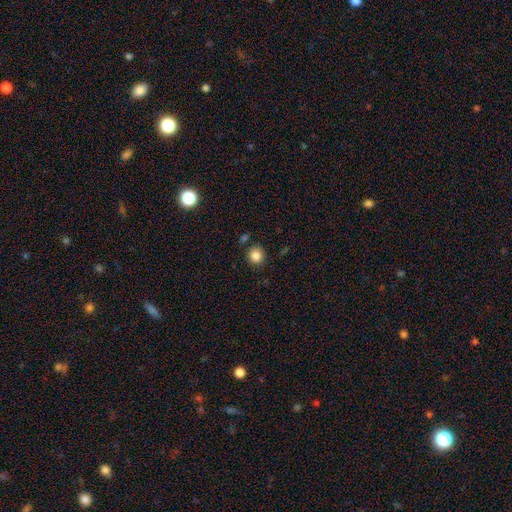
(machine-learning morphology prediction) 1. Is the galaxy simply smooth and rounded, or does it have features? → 85% smooth, 10% star or artifact, 4% featured or disk.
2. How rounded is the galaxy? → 86% round, 13% in between, 1% cigar-shaped.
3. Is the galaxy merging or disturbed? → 85% none, 8% minor disturbance, 4% merger, 3% major disturbance.